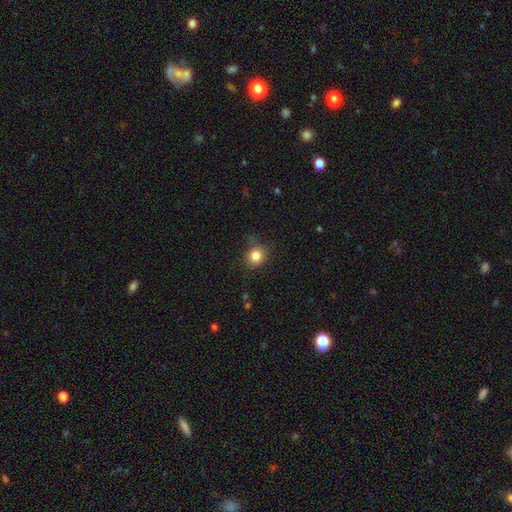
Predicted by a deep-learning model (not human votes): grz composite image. It shows a smooth galaxy with no disk features (83%) that is round (75%). Merging: none (76%).